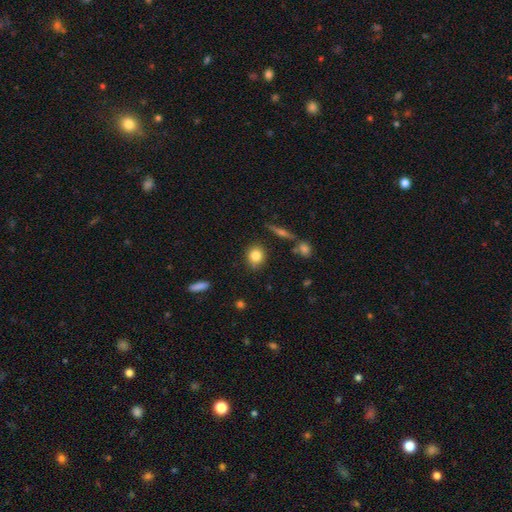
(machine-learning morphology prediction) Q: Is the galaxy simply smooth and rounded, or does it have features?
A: smooth — 82%.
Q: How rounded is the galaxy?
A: round — 73%.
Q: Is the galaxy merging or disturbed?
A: none — 83%.